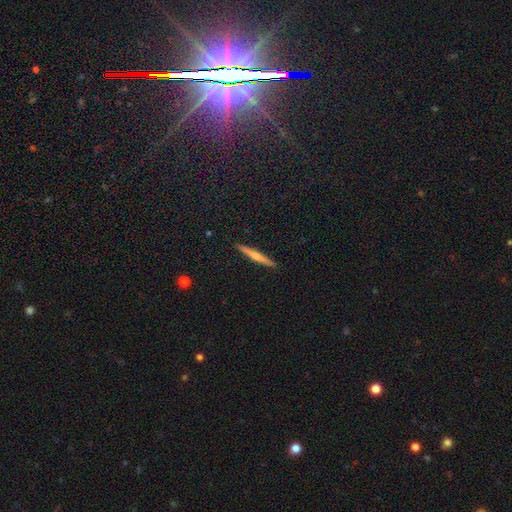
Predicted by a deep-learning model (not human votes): Smooth or featured? featured or disk (67%)
Edge-on disk? yes (98%)
Edge-on bulge? rounded (85%)
Merging? none (92%)